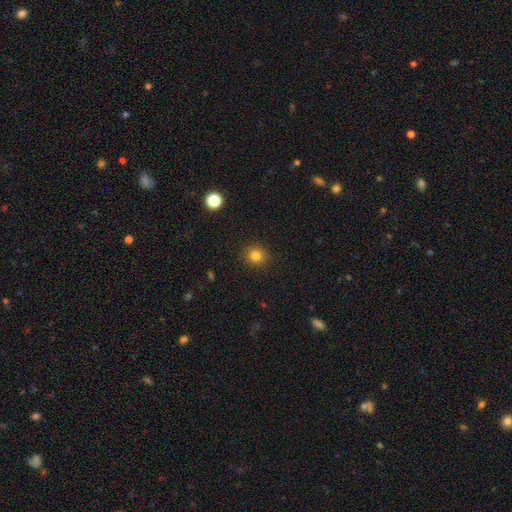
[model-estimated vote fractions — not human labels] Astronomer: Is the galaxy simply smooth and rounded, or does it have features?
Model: smooth — 82%.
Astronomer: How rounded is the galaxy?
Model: round — 90%.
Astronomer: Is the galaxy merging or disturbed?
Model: none — 91%.